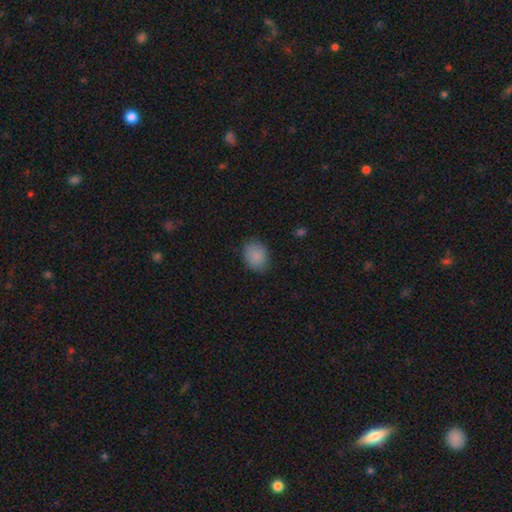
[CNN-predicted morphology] Smooth or featured?
  - smooth: 87% *
  - star or artifact: 8%
  - featured or disk: 5%
How rounded?
  - in between: 55% *
  - round: 44%
  - cigar-shaped: 1%
Merging?
  - none: 82% *
  - minor disturbance: 14%
  - major disturbance: 3%
  - merger: 1%